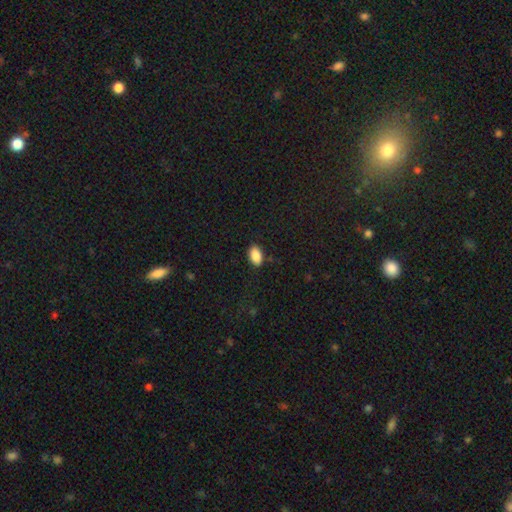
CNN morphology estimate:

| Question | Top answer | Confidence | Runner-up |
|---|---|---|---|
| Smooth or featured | smooth | 89% | star or artifact (7%) |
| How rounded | in between | 92% | round (6%) |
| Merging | none | 87% | minor disturbance (10%) |